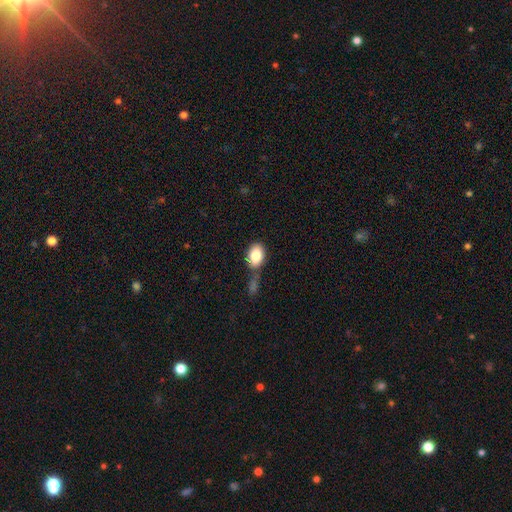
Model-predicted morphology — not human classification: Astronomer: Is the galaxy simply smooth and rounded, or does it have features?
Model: smooth — 84%.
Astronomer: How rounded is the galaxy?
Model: in between — 81%.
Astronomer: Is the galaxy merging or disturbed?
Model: none — 44% (runner-up: minor disturbance, 22%).